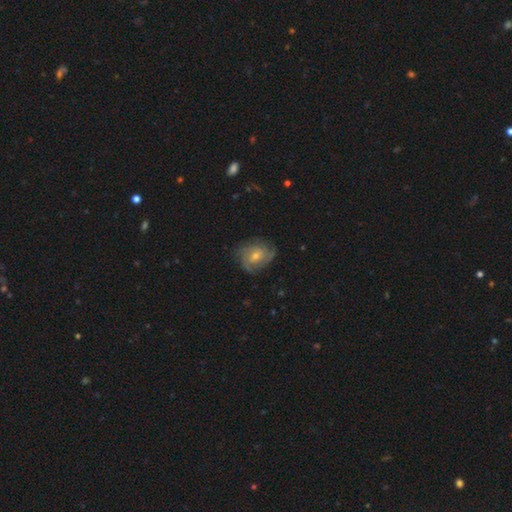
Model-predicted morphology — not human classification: smooth_or_featured: featured or disk (p=0.68) [alt: smooth p=0.22]
disk_edge_on: no (p=0.97) [alt: yes p=0.03]
bar: no (p=0.69) [alt: weak p=0.27]
has_spiral_arms: yes (p=0.91) [alt: no p=0.09]
spiral_winding: tight (p=0.49) [alt: medium p=0.39]
spiral_arm_count: can't tell (p=0.30) [alt: 3 p=0.29]
bulge_size: moderate (p=0.50) [alt: small p=0.45]
merging: none (p=0.72) [alt: minor disturbance p=0.19]